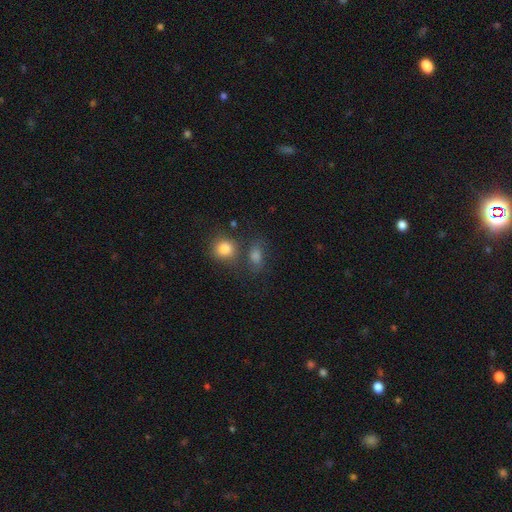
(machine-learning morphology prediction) A smooth galaxy with no disk features (70%) that is in between round and cigar-shaped (63%). Merging: none (53%).